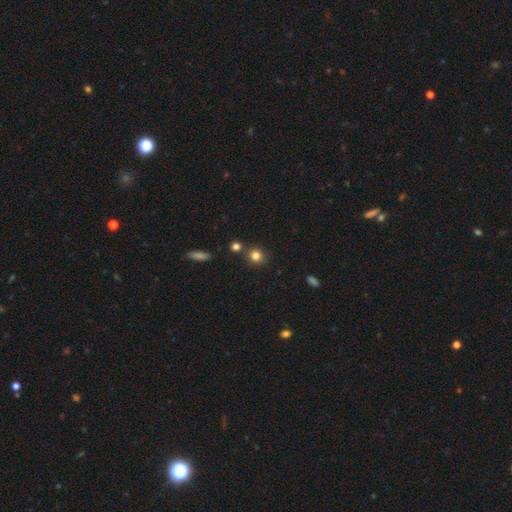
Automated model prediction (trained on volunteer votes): A smooth galaxy with no disk features (82%) that is round (86%). Merging: none (78%).